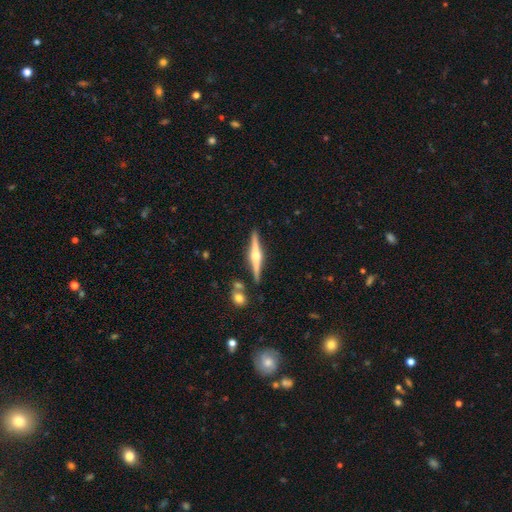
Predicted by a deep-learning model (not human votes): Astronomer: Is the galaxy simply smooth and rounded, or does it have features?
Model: featured or disk — 80%.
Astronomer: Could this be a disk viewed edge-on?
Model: yes — 98%.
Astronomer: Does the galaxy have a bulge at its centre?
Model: rounded — 93%.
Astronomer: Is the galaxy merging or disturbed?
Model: none — 87%.